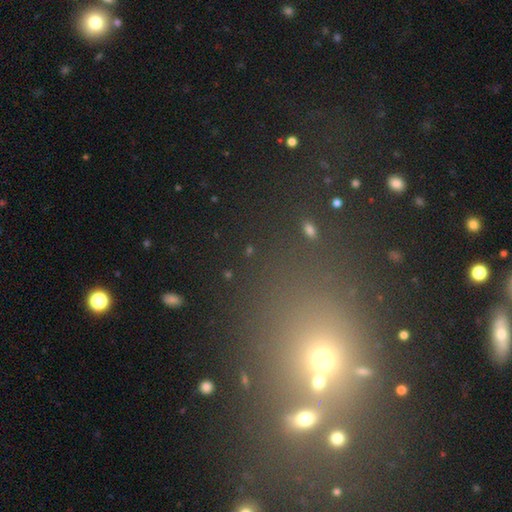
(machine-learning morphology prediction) A star or artifact, not a galaxy (50%).